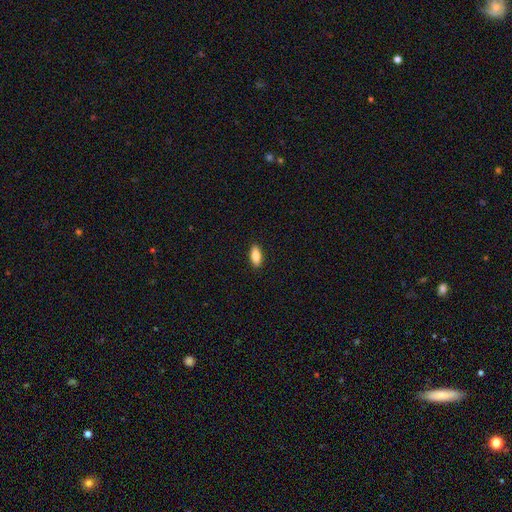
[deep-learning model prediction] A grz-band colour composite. It shows a smooth galaxy with no disk features (80%) that is in between round and cigar-shaped (82%). Merging: none (90%).